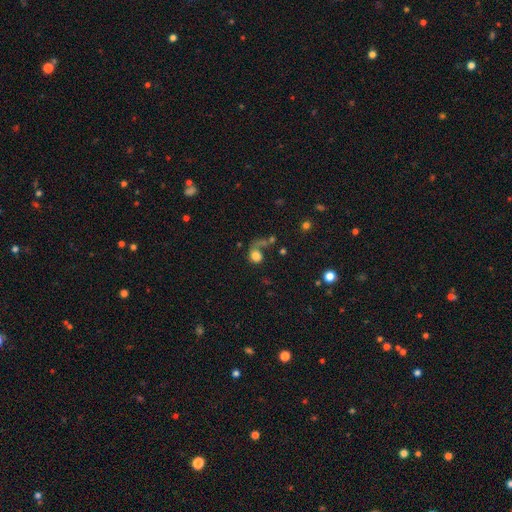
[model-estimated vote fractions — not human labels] Smooth or featured: smooth — 68% (featured or disk — 19%)
How rounded: round — 64% (in between — 34%)
Merging: major disturbance — 34% (none — 31%)